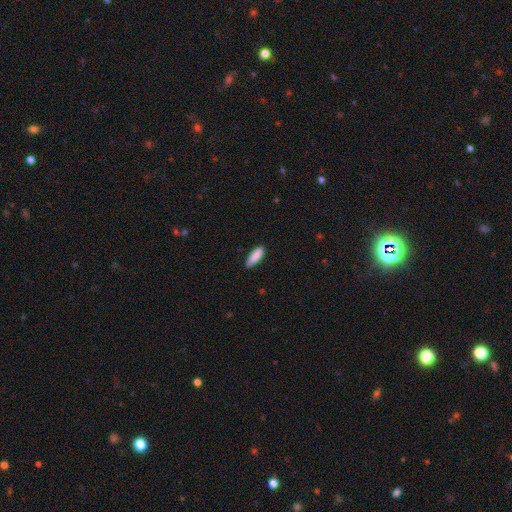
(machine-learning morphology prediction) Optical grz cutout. It shows a smooth galaxy with no disk features (88%) that is in between round and cigar-shaped (59%). Merging: none (77%).